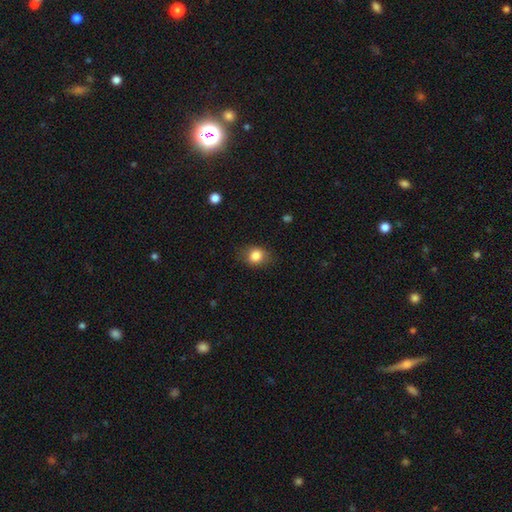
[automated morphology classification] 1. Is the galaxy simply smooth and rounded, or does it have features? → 84% smooth, 9% star or artifact, 7% featured or disk.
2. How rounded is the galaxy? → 55% round, 44% in between, 1% cigar-shaped.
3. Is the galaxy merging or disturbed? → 80% none, 15% minor disturbance, 4% major disturbance, 1% merger.